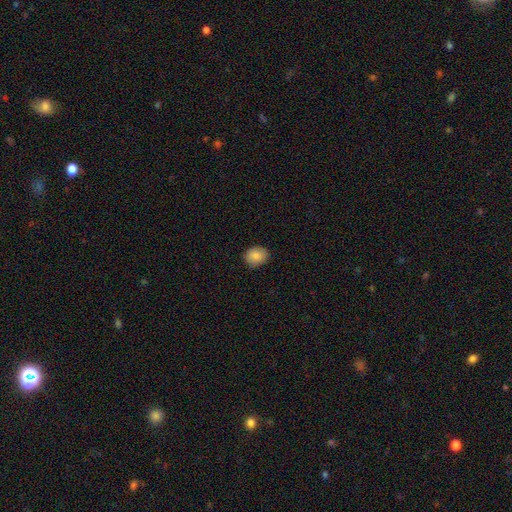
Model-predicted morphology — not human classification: This is clearly a smooth galaxy (87%). How rounded: possibly round (52%). Merging: clearly none (87%).